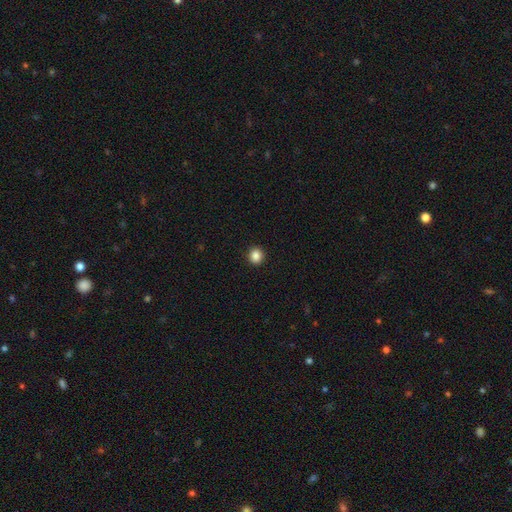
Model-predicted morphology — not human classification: This appears to be a smooth galaxy with no disk features (86%) that is round (87%). Merging: none (93%).